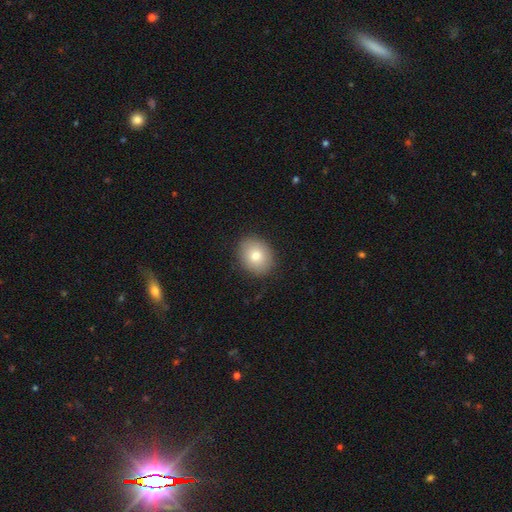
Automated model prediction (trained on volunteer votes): A smooth galaxy with no disk features (79%) that is round (60%). Merging: none (89%).